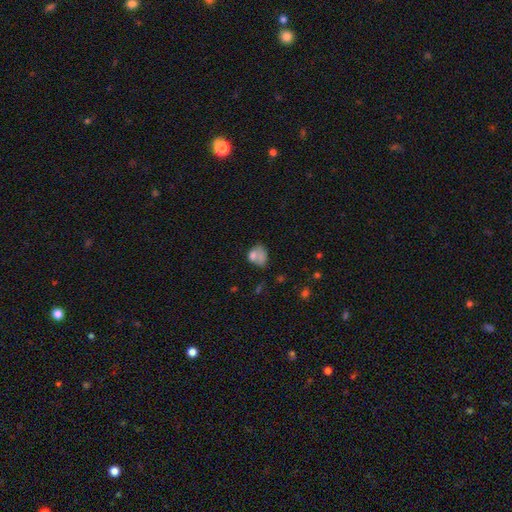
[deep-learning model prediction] Smooth or featured: smooth — 69% (featured or disk — 19%)
How rounded: in between — 62% (round — 37%)
Merging: merger — 35% (none — 29%)